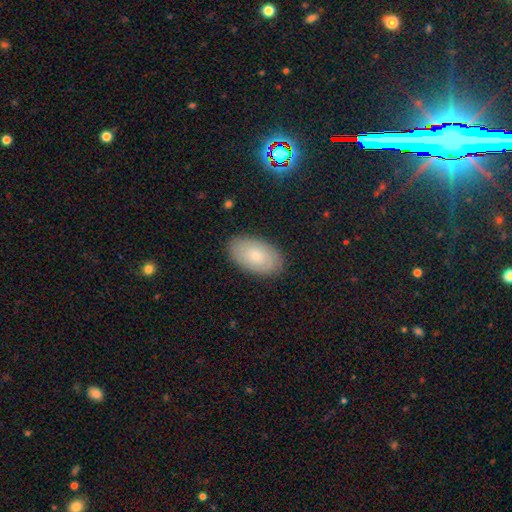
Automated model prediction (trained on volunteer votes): smooth 67%, featured or disk 25%, star or artifact 8%. Down the decision tree: how rounded — in between (94%); merging — none (86%).